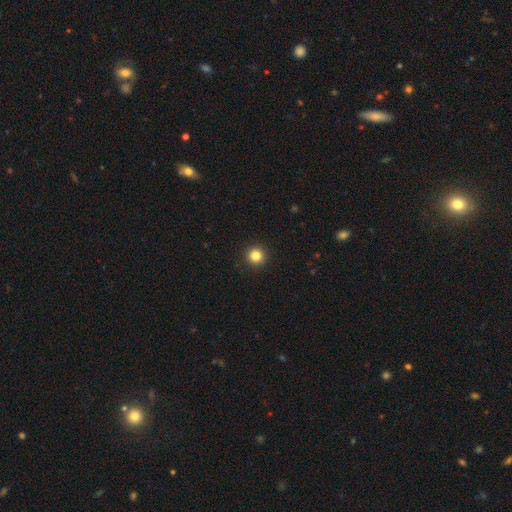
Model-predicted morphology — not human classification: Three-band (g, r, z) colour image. It shows a smooth galaxy with no disk features (83%) that is round (96%). Merging: none (93%).